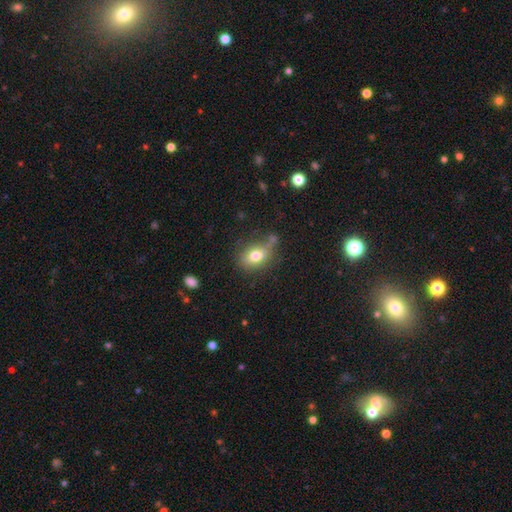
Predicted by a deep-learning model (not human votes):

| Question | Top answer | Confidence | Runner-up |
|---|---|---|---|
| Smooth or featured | smooth | 76% | featured or disk (14%) |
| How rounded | in between | 73% | round (26%) |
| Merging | none | 67% | minor disturbance (19%) |